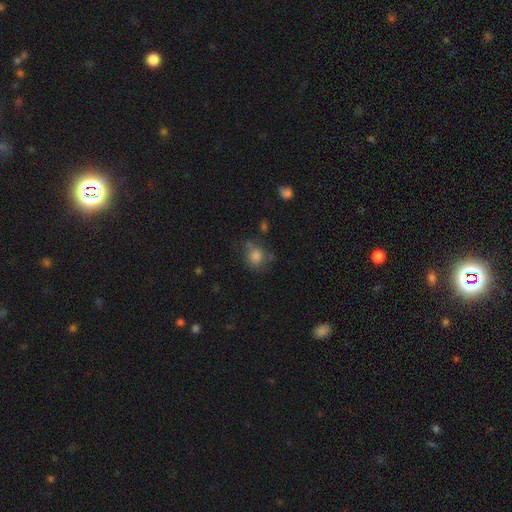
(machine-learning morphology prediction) smooth_or_featured: smooth (p=0.73) [alt: featured or disk p=0.14]
how_rounded: round (p=0.64) [alt: in between p=0.35]
merging: none (p=0.52) [alt: minor disturbance p=0.26]